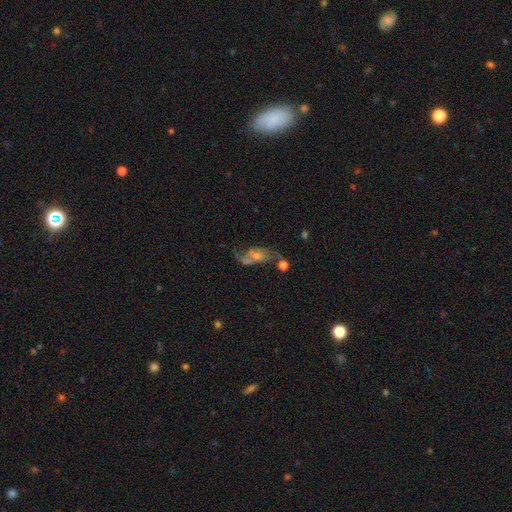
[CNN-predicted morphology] Smooth or featured? Predicted: featured or disk (p=0.62). Edge-on disk? Predicted: no (p=0.95). Bar? Predicted: no (p=0.68). Spiral arms? Predicted: yes (p=0.77). Bulge size? Predicted: small (p=0.50). Merging? Predicted: none (p=0.33).